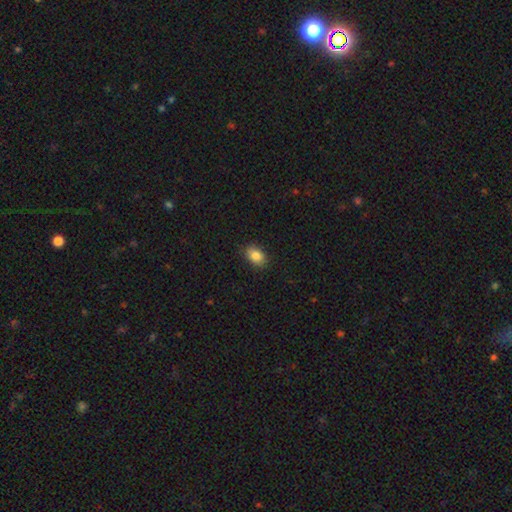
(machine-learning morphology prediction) A smooth galaxy with no disk features (86%) that is in between round and cigar-shaped (81%).

Vote fractions:
- Smooth or featured? smooth: 86% / star or artifact: 9% / featured or disk: 6%
- How rounded? in between: 81% / round: 18% / cigar-shaped: 1%
- Merging? none: 87% / minor disturbance: 10% / major disturbance: 2% / merger: 1%